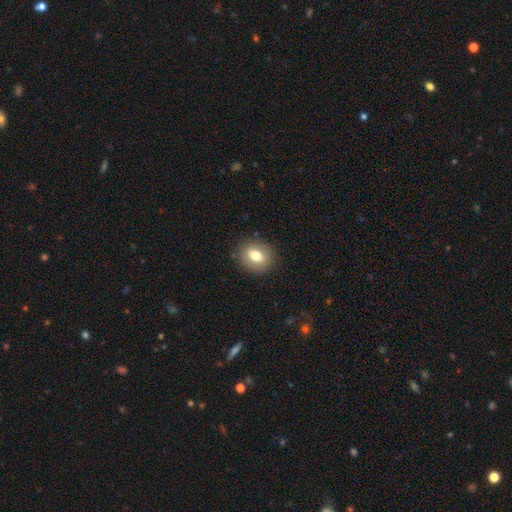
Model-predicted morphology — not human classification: smooth_or_featured: smooth (p=0.75) [alt: featured or disk p=0.16]
how_rounded: round (p=0.56) [alt: in between p=0.43]
merging: none (p=0.86) [alt: minor disturbance p=0.09]